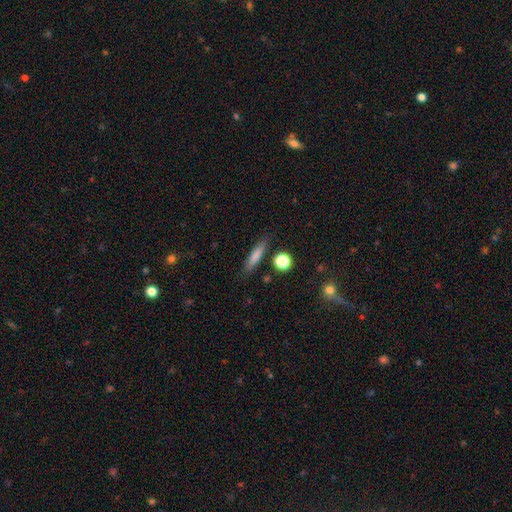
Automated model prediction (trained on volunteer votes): Smooth or featured? smooth (77%)
How rounded? cigar-shaped (79%)
Merging? none (85%)